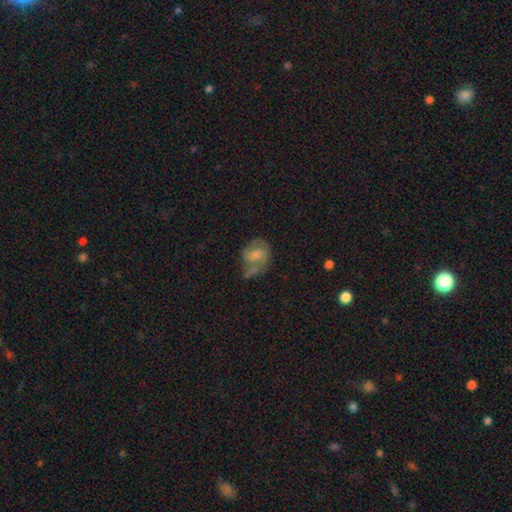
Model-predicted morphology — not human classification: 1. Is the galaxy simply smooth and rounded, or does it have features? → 60% featured or disk, 31% smooth, 9% star or artifact.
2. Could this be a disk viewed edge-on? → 98% no, 2% yes.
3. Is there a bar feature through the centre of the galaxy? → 47% no, 42% weak, 11% strong.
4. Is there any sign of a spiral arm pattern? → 78% yes, 22% no.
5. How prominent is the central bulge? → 30% none, 29% moderate, 25% small, 13% large, 2% dominant.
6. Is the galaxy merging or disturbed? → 38% none, 28% major disturbance, 27% minor disturbance, 7% merger.